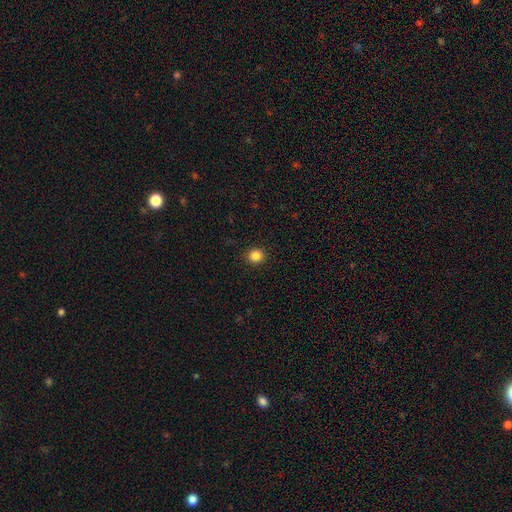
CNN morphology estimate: type=smooth (85%); roundness=round (90%); merging=none (92%).